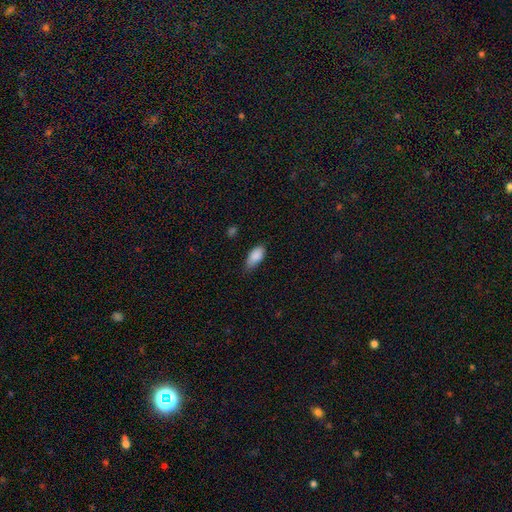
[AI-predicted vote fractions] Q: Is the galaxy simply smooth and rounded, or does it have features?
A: smooth — 88%.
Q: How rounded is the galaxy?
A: in between — 91%.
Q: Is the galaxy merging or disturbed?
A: none — 62%.